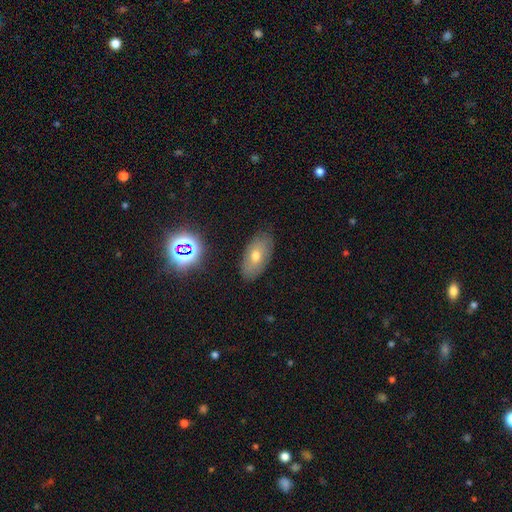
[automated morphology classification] Q: Smooth or featured?
A: smooth (61%); runner-up: featured or disk (25%)
Q: How rounded?
A: in between (91%); runner-up: round (5%)
Q: Merging?
A: none (84%); runner-up: minor disturbance (12%)